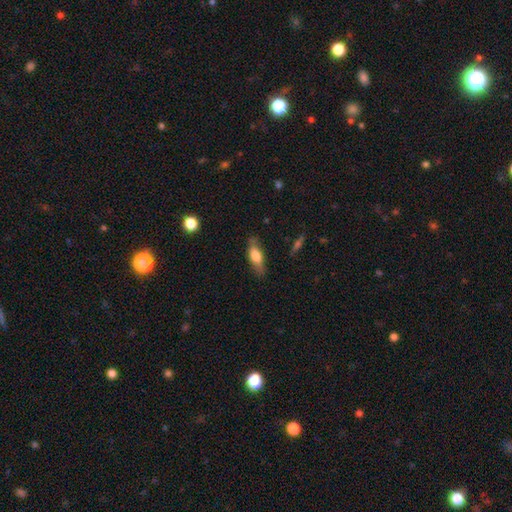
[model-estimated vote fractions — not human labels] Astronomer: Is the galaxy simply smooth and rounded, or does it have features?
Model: smooth — 66%.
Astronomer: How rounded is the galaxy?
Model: in between — 64%.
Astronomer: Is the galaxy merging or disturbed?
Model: none — 77%.